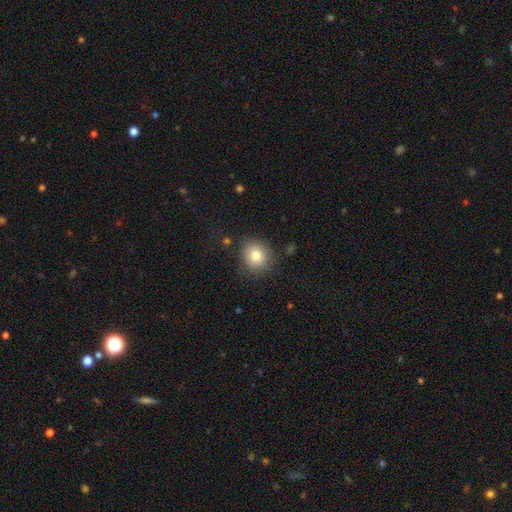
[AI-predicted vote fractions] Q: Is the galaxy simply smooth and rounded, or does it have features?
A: smooth — 79%.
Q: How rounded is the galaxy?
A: round — 84%.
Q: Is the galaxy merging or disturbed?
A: none — 83%.